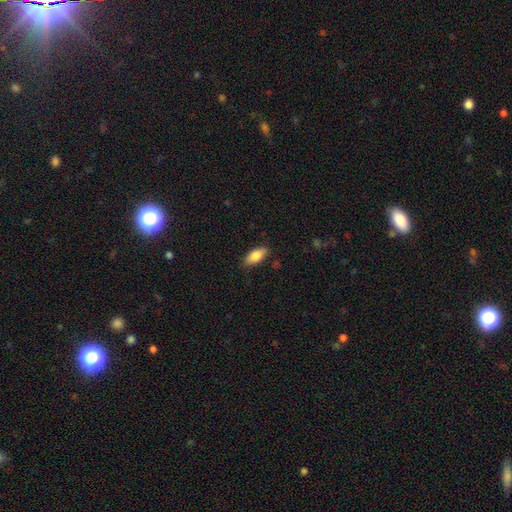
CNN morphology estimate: This appears to be a smooth galaxy with no disk features (83%) that is in between round and cigar-shaped (84%). Merging: none (85%).